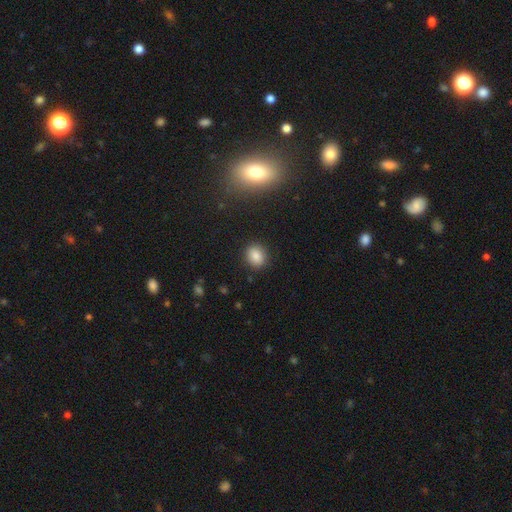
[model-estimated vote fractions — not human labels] Smooth or featured: smooth — 83% (star or artifact — 11%)
How rounded: round — 66% (in between — 33%)
Merging: none — 88% (minor disturbance — 8%)